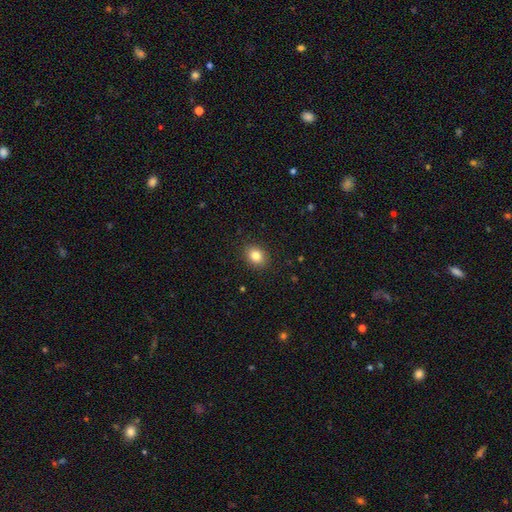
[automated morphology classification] Smooth or featured? Predicted: smooth (p=0.83). How rounded? Predicted: round (p=0.50). Merging? Predicted: none (p=0.89).